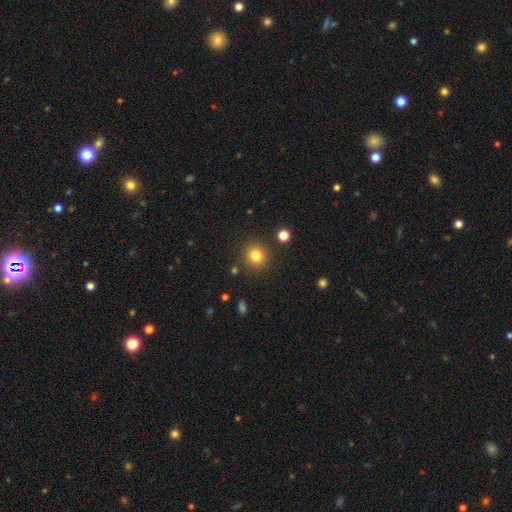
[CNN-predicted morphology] Smooth or featured?
  - smooth: 81% *
  - star or artifact: 12%
  - featured or disk: 7%
How rounded?
  - round: 90% *
  - in between: 9%
  - cigar-shaped: 1%
Merging?
  - none: 88% *
  - minor disturbance: 7%
  - merger: 3%
  - major disturbance: 2%